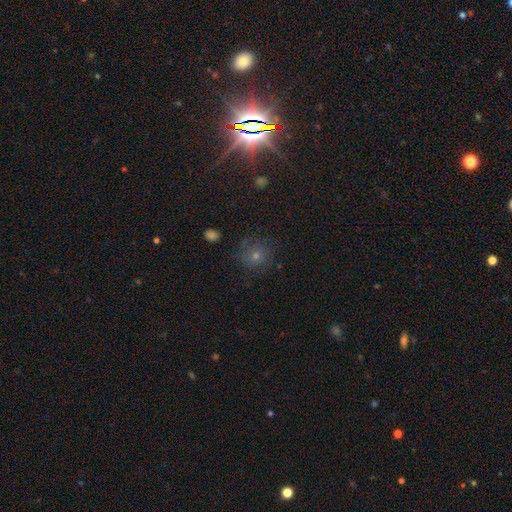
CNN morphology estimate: This appears to be a star or artifact, not a galaxy (40%).